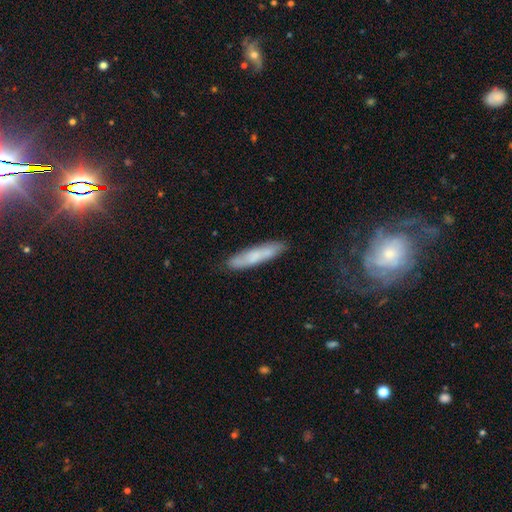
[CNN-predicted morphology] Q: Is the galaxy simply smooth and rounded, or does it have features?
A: smooth — 64%.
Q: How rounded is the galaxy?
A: cigar-shaped — 86%.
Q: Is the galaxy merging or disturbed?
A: none — 82%.